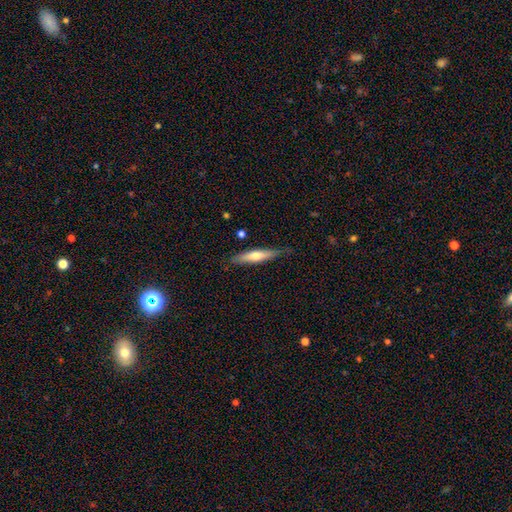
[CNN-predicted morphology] This is possibly a smooth galaxy (53%). How rounded: clearly cigar-shaped (86%). Merging: likely none (79%).